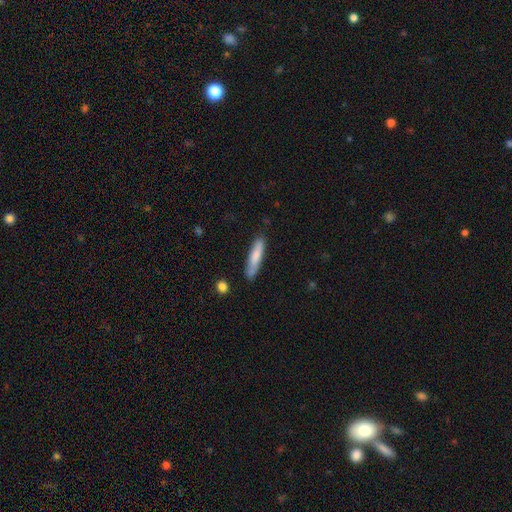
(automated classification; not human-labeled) Morphology: type=smooth (78%); roundness=cigar-shaped (86%); merging=none (81%).